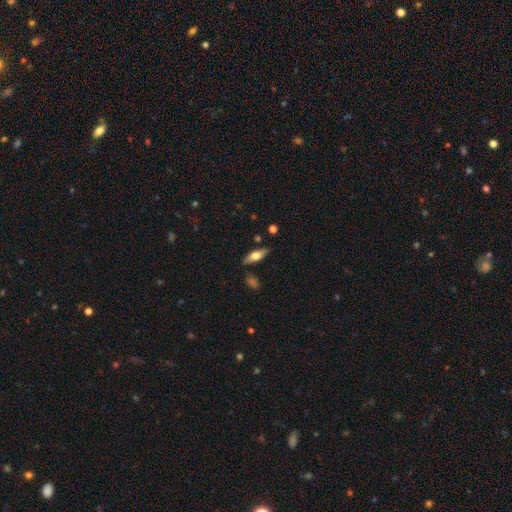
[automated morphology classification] This appears to be a smooth galaxy with no disk features (61%) that is in between round and cigar-shaped (61%). Merging: none (83%).